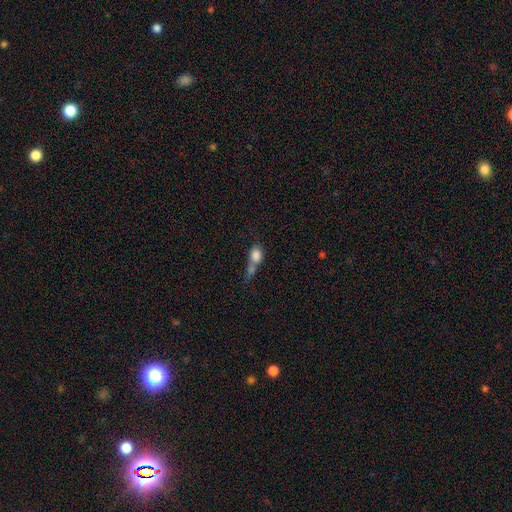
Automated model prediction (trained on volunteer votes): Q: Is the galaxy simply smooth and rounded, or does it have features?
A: smooth — 78%.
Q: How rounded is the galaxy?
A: in between — 57%.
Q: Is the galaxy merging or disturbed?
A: merger — 63%.